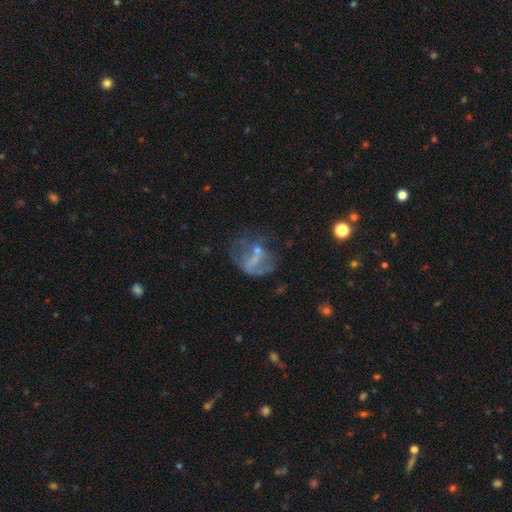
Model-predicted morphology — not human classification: This is possibly a featured or disk galaxy (50%). Merging: marginally none (38%).